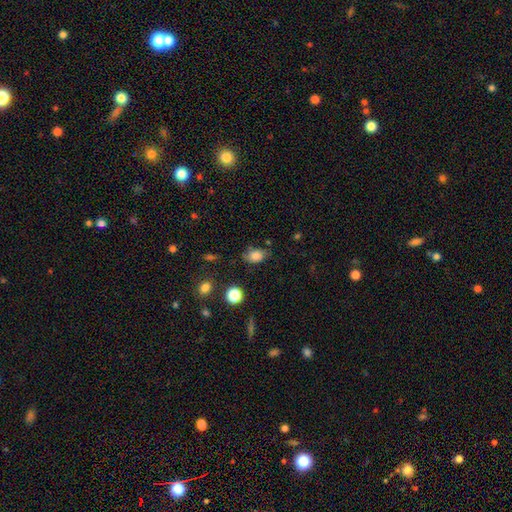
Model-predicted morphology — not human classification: Smooth or featured?
  - smooth: 81% *
  - star or artifact: 10%
  - featured or disk: 8%
How rounded?
  - in between: 82% *
  - round: 16%
  - cigar-shaped: 2%
Merging?
  - none: 70% *
  - minor disturbance: 22%
  - major disturbance: 5%
  - merger: 3%